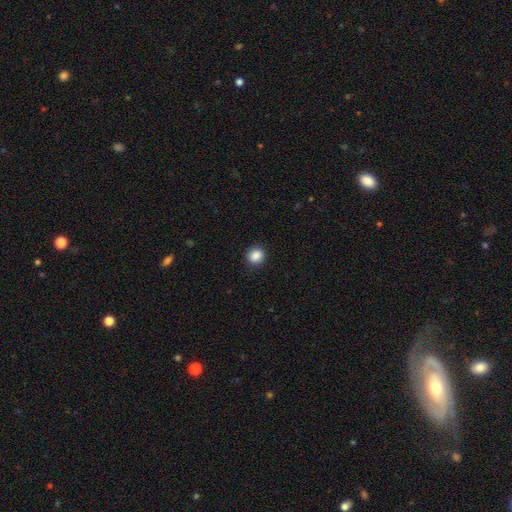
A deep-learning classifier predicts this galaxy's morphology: A smooth galaxy with no disk features (87%) that is round (86%).

Vote fractions:
- Smooth or featured? smooth: 87% / star or artifact: 9% / featured or disk: 3%
- How rounded? round: 86% / in between: 13% / cigar-shaped: 1%
- Merging? none: 90% / minor disturbance: 7% / major disturbance: 2% / merger: 1%